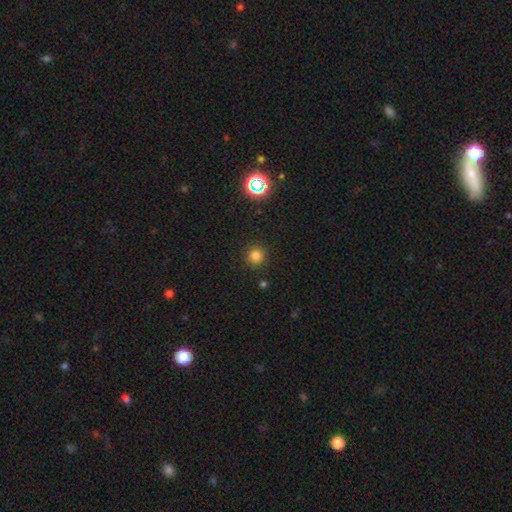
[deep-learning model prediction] smooth 79%, star or artifact 16%, featured or disk 4%. Down the decision tree: how rounded — round (94%); merging — none (90%).